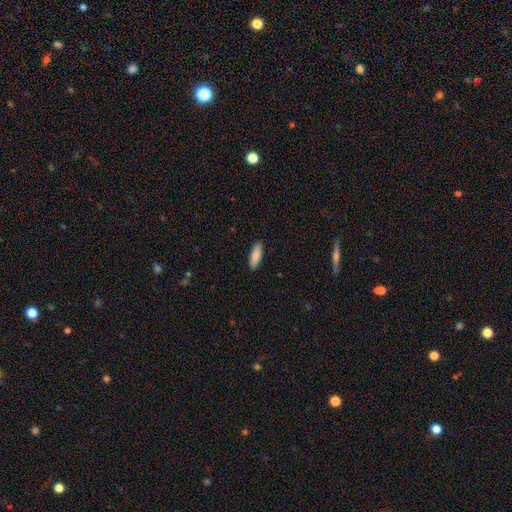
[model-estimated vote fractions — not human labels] A smooth galaxy with no disk features (87%) that is in between round and cigar-shaped (62%).

Vote fractions:
- Smooth or featured? smooth: 87% / featured or disk: 7% / star or artifact: 6%
- How rounded? in between: 62% / cigar-shaped: 36% / round: 2%
- Merging? none: 90% / minor disturbance: 7% / major disturbance: 2% / merger: 1%